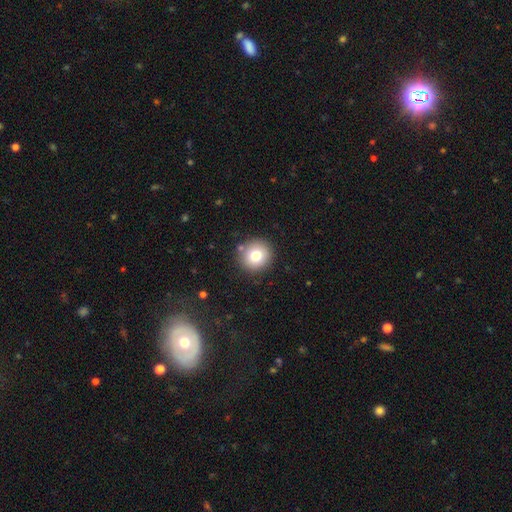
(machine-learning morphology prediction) Overall: smooth (77%). How rounded: round (93%). Merging: none (89%).